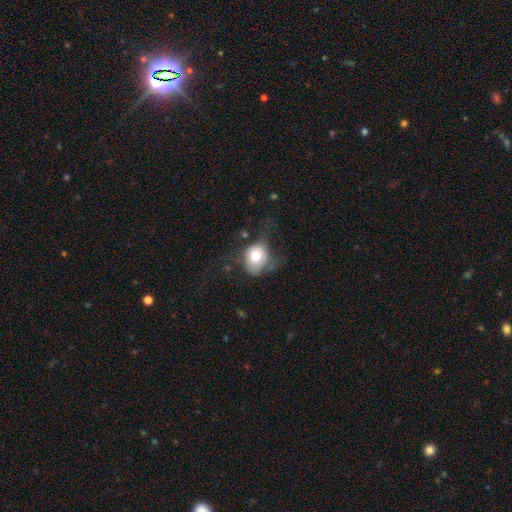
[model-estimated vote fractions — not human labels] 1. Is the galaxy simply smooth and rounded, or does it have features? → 69% smooth, 20% featured or disk, 10% star or artifact.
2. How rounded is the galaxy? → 57% round, 41% in between, 1% cigar-shaped.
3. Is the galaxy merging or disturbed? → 36% none, 31% minor disturbance, 30% major disturbance, 3% merger.